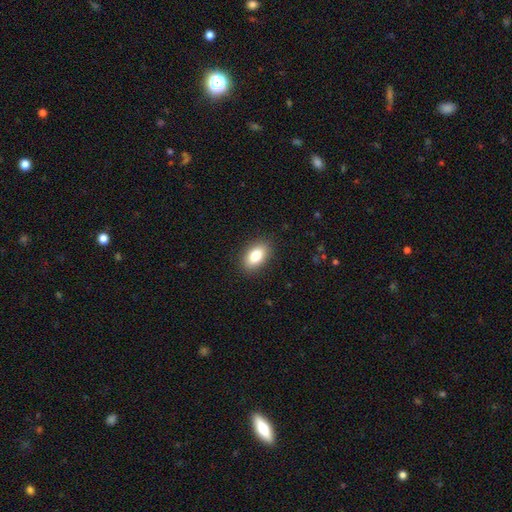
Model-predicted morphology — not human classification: Smooth or featured? Predicted: smooth (p=0.82). How rounded? Predicted: in between (p=0.90). Merging? Predicted: none (p=0.89).